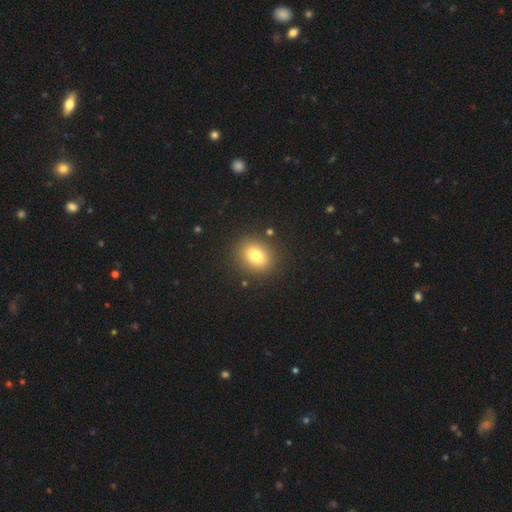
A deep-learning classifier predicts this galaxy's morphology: smooth-or-featured: smooth: 79% | star or artifact: 12% | featured or disk: 9%
  how-rounded: round: 54% | in between: 45% | cigar-shaped: 1%
  merging: none: 87% | minor disturbance: 8% | major disturbance: 3% | merger: 2%